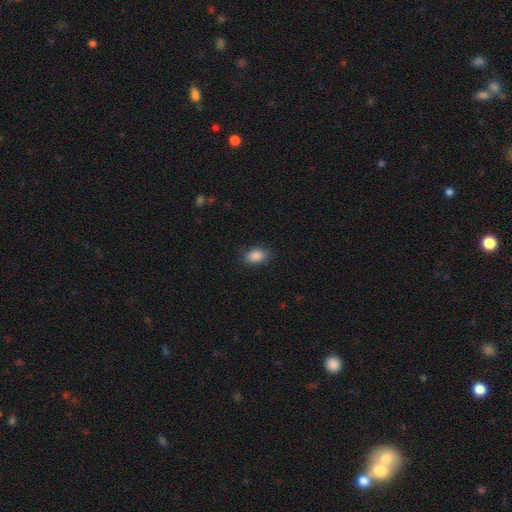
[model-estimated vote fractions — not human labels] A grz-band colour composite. It shows a smooth galaxy with no disk features (88%) that is in between round and cigar-shaped (86%). Merging: none (85%).